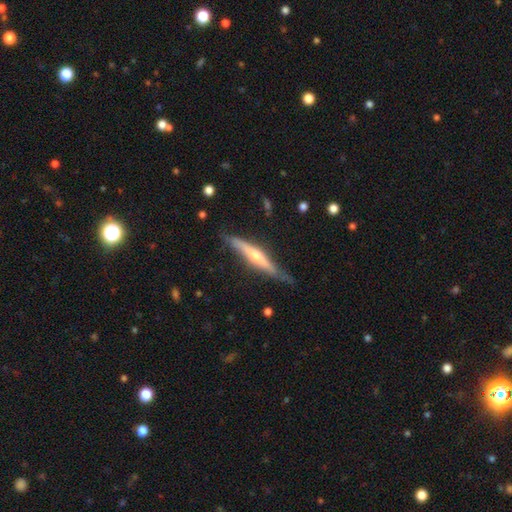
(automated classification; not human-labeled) This appears to be a featured or disk galaxy (66%) viewed edge-on (95%) with a rounded central bulge (81%). Merging: none (72%).